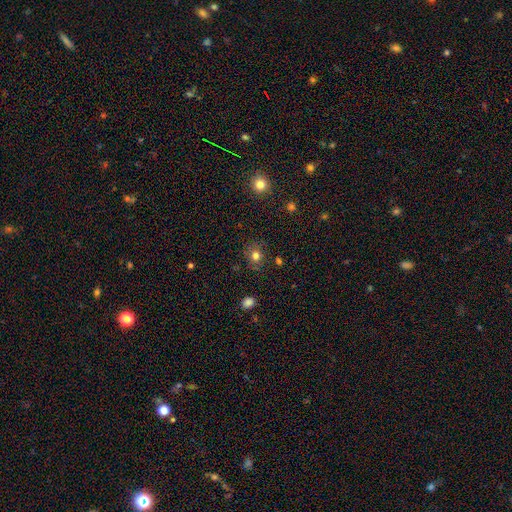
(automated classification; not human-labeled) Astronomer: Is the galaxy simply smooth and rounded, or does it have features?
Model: smooth — 77%.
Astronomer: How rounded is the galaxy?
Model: round — 80%.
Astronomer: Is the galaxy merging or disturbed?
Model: none — 83%.